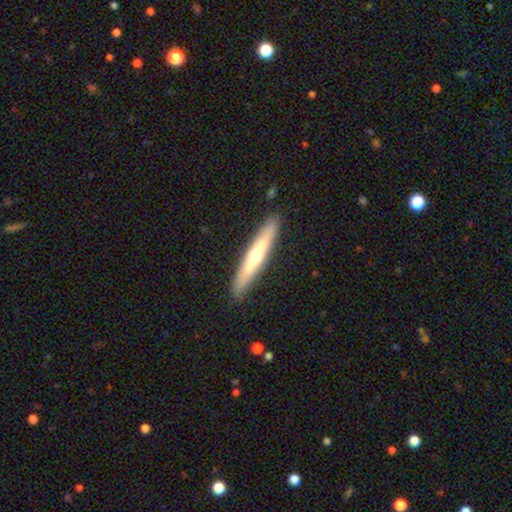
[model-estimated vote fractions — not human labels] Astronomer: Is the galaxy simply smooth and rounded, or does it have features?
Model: featured or disk — 52% (runner-up: smooth, 42%).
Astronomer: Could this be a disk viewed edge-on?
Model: yes — 91%.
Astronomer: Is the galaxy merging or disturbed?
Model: none — 90%.